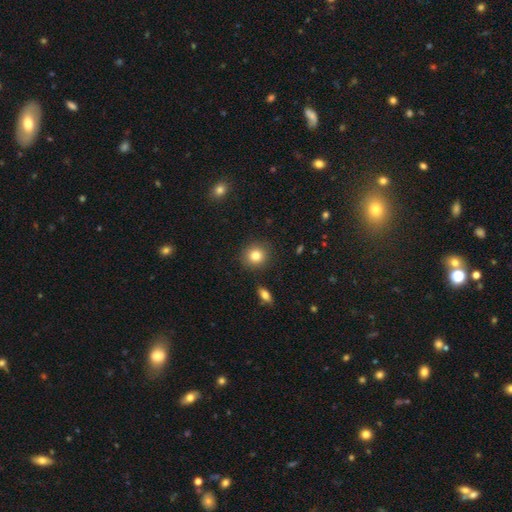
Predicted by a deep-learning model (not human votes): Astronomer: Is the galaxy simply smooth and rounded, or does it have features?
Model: smooth — 82%.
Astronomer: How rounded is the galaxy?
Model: round — 88%.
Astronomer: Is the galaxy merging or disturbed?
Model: none — 89%.